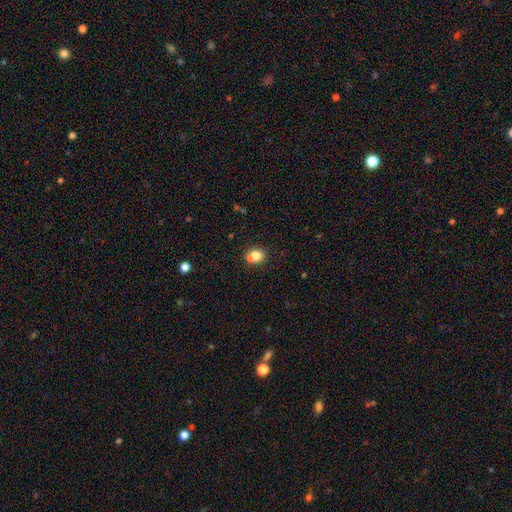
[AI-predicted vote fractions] A smooth galaxy with no disk features (76%) that is round (60%). Merging: none (48%).